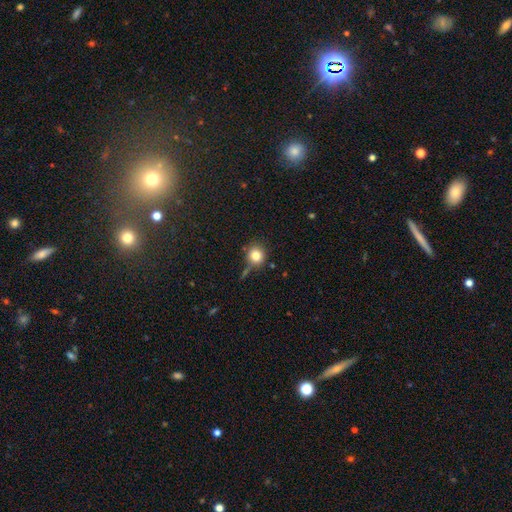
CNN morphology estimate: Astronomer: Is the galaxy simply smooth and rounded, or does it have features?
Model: smooth — 82%.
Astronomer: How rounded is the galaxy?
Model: round — 88%.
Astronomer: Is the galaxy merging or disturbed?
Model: none — 72%.